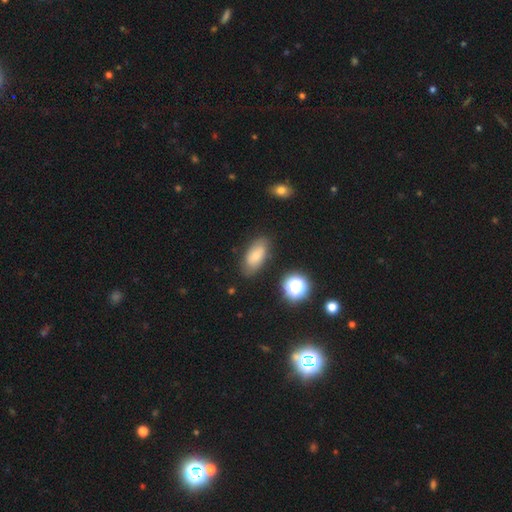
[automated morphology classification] A smooth galaxy with no disk features (73%) that is in between round and cigar-shaped (90%).

Vote fractions:
- Smooth or featured? smooth: 73% / featured or disk: 18% / star or artifact: 10%
- How rounded? in between: 90% / cigar-shaped: 6% / round: 4%
- Merging? none: 80% / minor disturbance: 14% / major disturbance: 4% / merger: 2%